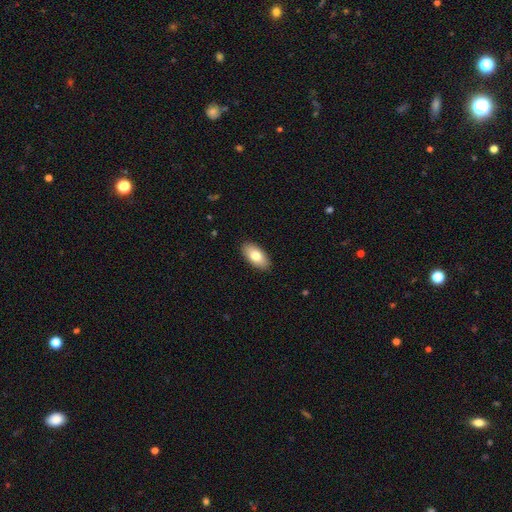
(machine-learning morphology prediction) Smooth or featured?
  - smooth: 80% *
  - featured or disk: 14%
  - star or artifact: 6%
How rounded?
  - in between: 93% *
  - cigar-shaped: 4%
  - round: 3%
Merging?
  - none: 90% *
  - minor disturbance: 8%
  - major disturbance: 2%
  - merger: 1%